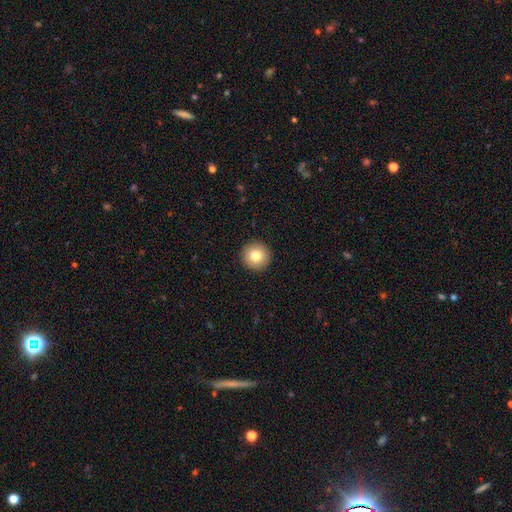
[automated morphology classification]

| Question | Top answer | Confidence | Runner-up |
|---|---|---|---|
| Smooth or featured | smooth | 79% | featured or disk (11%) |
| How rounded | round | 96% | in between (3%) |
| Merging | none | 93% | minor disturbance (4%) |